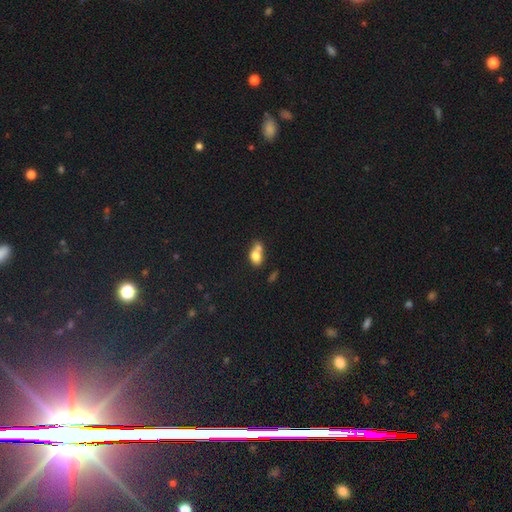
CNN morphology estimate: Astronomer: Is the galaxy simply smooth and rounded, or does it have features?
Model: smooth — 76%.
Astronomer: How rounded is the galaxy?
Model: in between — 69%.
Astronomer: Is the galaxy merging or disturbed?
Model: merger — 52% (runner-up: none, 29%).